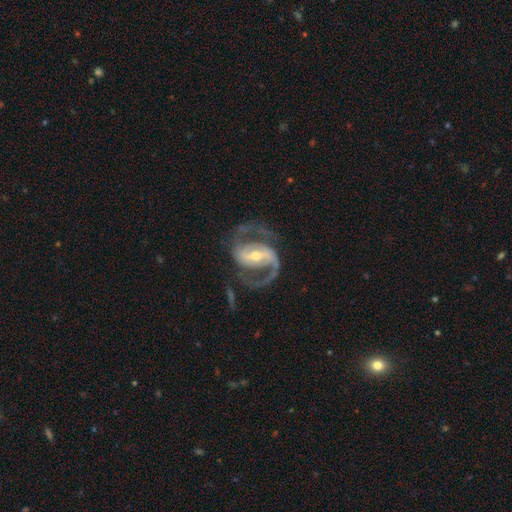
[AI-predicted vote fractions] A featured or disk galaxy (92%) with a strong bar (57%), 2 (93%) medium (62%) spiral arms (97%) and a moderate central bulge (51%). Merging: none (72%).